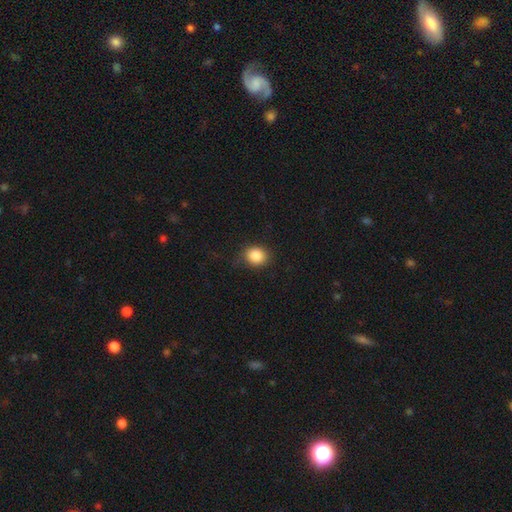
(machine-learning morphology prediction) Smooth or featured?
  - smooth: 86% *
  - star or artifact: 9%
  - featured or disk: 4%
How rounded?
  - round: 68% *
  - in between: 31%
  - cigar-shaped: 1%
Merging?
  - none: 81% *
  - minor disturbance: 14%
  - major disturbance: 4%
  - merger: 1%